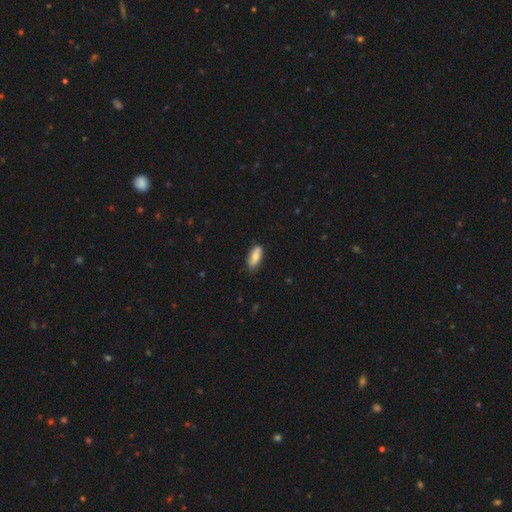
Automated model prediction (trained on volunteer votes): Smooth or featured? smooth (73%)
How rounded? in between (85%)
Merging? none (79%)